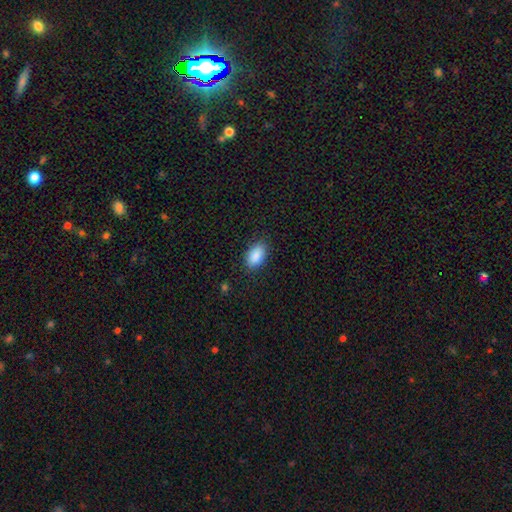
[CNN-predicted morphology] Smooth or featured?
  - smooth: 89% *
  - star or artifact: 7%
  - featured or disk: 4%
How rounded?
  - in between: 92% *
  - round: 5%
  - cigar-shaped: 2%
Merging?
  - none: 86% *
  - minor disturbance: 10%
  - major disturbance: 3%
  - merger: 1%